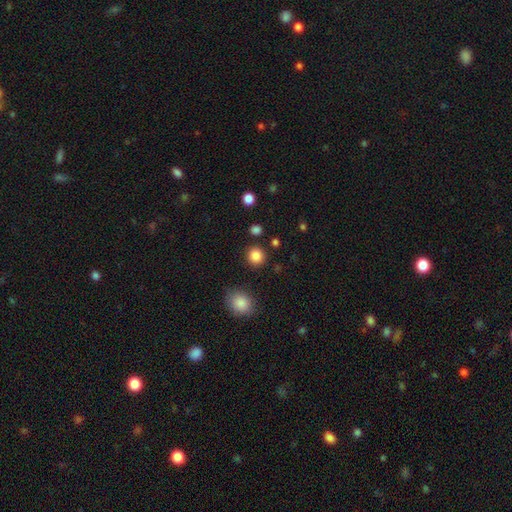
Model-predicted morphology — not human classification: Smooth or featured?
  - smooth: 85% *
  - star or artifact: 11%
  - featured or disk: 4%
How rounded?
  - round: 92% *
  - in between: 7%
  - cigar-shaped: 1%
Merging?
  - none: 89% *
  - minor disturbance: 6%
  - merger: 3%
  - major disturbance: 2%